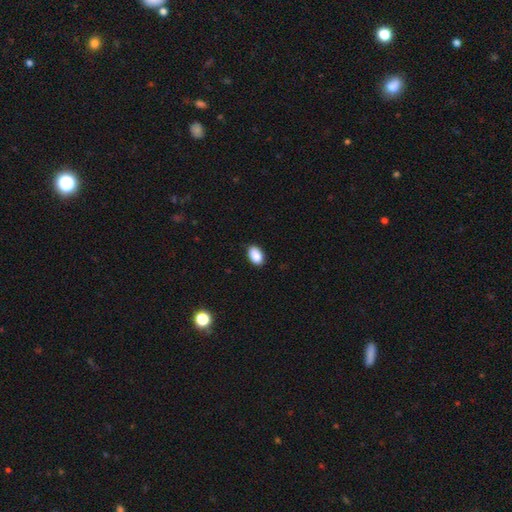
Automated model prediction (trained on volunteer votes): Smooth or featured? Predicted: smooth (p=0.89). How rounded? Predicted: in between (p=0.91). Merging? Predicted: none (p=0.86).